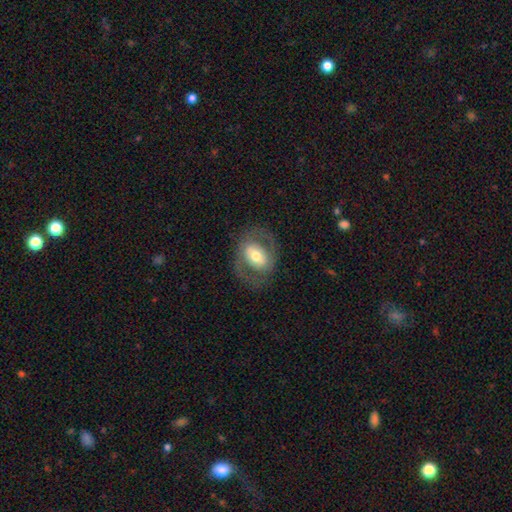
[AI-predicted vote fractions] Q: Smooth or featured?
A: featured or disk (55%); runner-up: smooth (38%)
Q: Edge-on disk?
A: no (94%); runner-up: yes (6%)
Q: Bar?
A: no (41%); runner-up: weak (34%)
Q: Spiral arms?
A: no (54%); runner-up: yes (46%)
Q: Bulge size?
A: moderate (66%); runner-up: large (19%)
Q: Merging?
A: none (73%); runner-up: minor disturbance (14%)